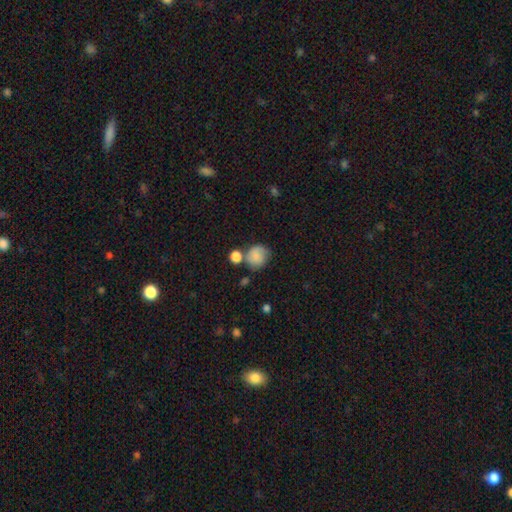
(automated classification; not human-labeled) Smooth or featured: smooth — 81% (featured or disk — 10%)
How rounded: round — 76% (in between — 23%)
Merging: none — 54% (minor disturbance — 20%)